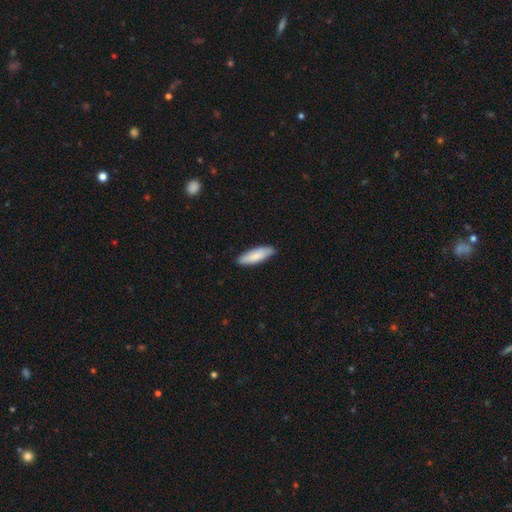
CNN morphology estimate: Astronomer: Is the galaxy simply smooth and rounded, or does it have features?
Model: smooth — 83%.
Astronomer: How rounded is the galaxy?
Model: cigar-shaped — 49%, tied with in between at 49%.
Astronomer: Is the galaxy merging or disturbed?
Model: none — 85%.